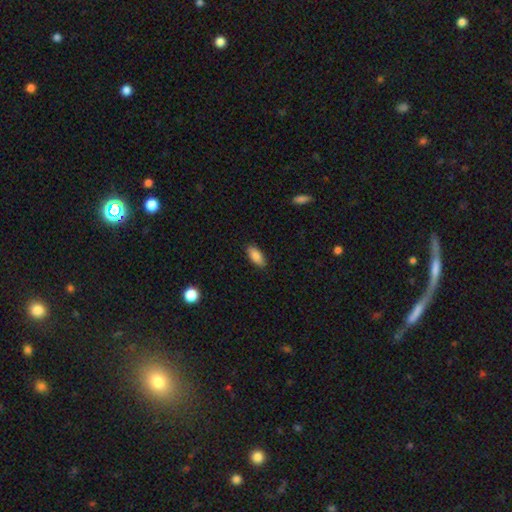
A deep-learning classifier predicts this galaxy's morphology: Smooth or featured? smooth (85%)
How rounded? in between (84%)
Merging? none (87%)